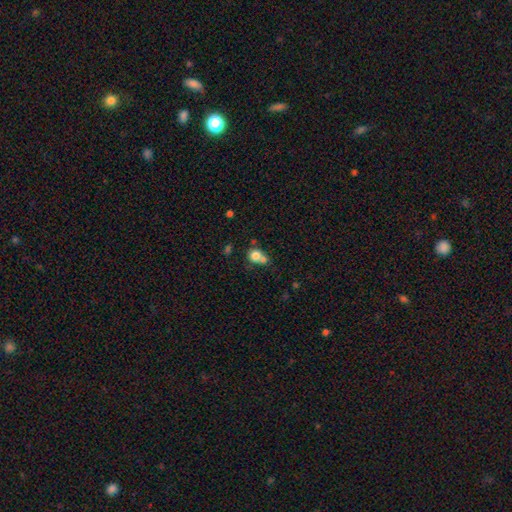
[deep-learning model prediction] The model was most divided on "merging": merger: 48%, none: 38%, minor disturbance: 10%, major disturbance: 5%. More confident: how rounded — round (78%); smooth or featured — smooth (77%).